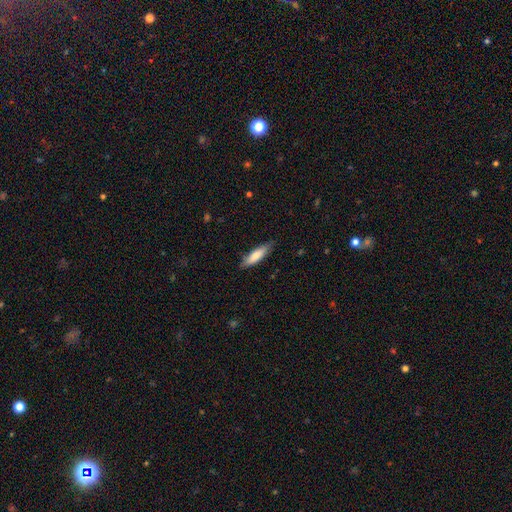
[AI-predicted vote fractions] smooth_or_featured: smooth (p=0.77) [alt: featured or disk p=0.17]
how_rounded: cigar-shaped (p=0.63) [alt: in between p=0.36]
merging: none (p=0.82) [alt: minor disturbance p=0.15]